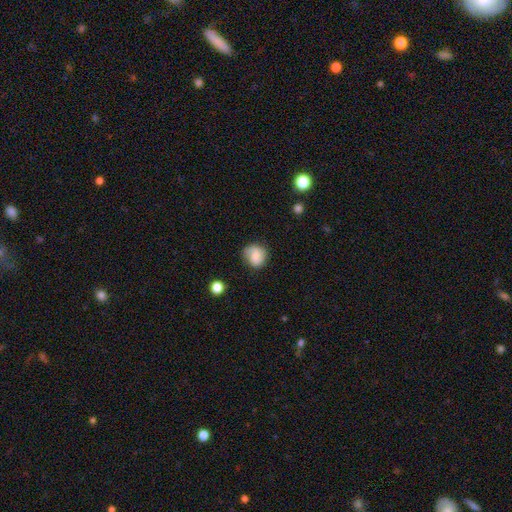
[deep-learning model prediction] The model was most divided on "merging": none: 67%, minor disturbance: 25%, major disturbance: 6%, merger: 2%. More confident: how rounded — round (77%); smooth or featured — smooth (69%).